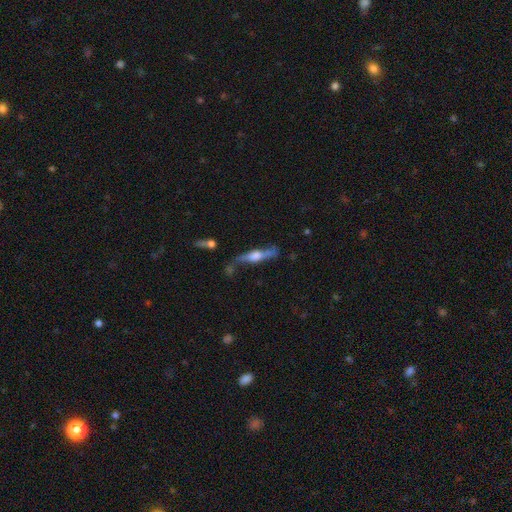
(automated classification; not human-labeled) smooth-or-featured: featured or disk: 72% | smooth: 21% | star or artifact: 6%
  disk-edge-on: yes: 88% | no: 12%
    edge-on-bulge: rounded: 82% | boxy: 13% | none: 5%
  merging: none: 63% | minor disturbance: 21% | major disturbance: 9% | merger: 8%